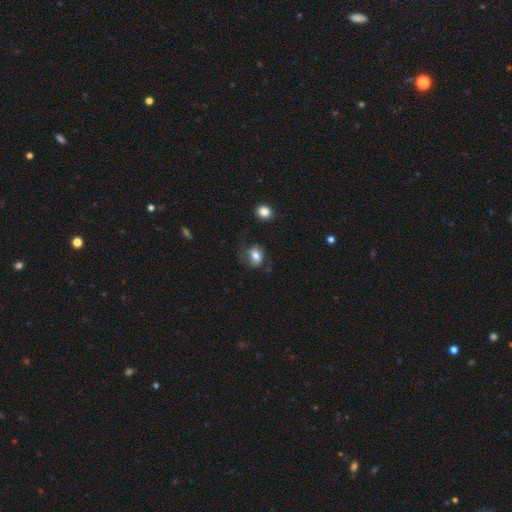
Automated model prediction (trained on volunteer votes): This appears to be a smooth galaxy with no disk features (70%) that is in between round and cigar-shaped (53%). Merging: none (50%).